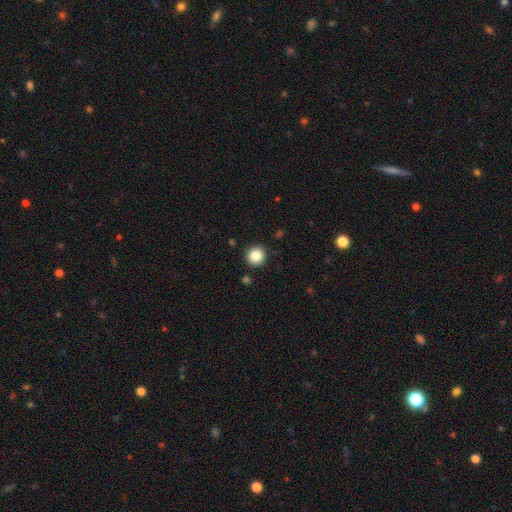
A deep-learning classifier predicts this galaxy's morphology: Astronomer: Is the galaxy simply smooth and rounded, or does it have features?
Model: smooth — 85%.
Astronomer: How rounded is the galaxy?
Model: round — 93%.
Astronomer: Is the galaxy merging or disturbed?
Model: none — 90%.